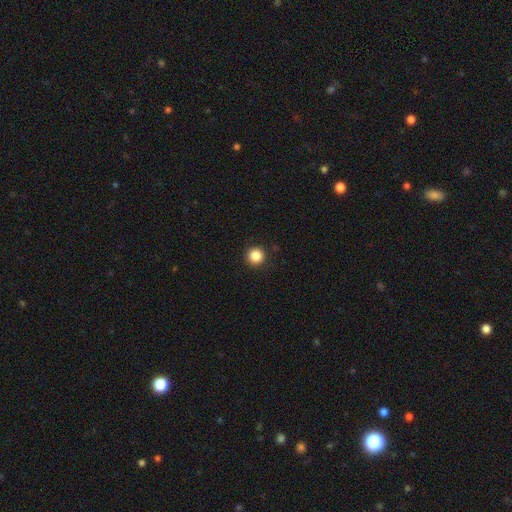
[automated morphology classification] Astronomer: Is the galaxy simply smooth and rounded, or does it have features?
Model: smooth — 86%.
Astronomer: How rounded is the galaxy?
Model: round — 96%.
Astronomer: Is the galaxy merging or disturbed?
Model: none — 92%.